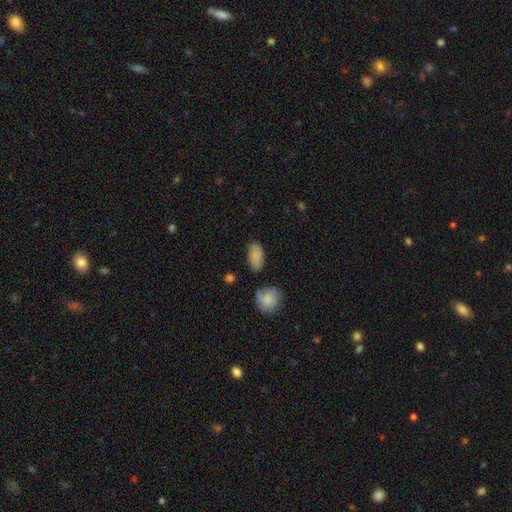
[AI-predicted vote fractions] Q: Smooth or featured?
A: smooth (83%); runner-up: featured or disk (10%)
Q: How rounded?
A: in between (92%); runner-up: round (5%)
Q: Merging?
A: none (69%); runner-up: minor disturbance (20%)